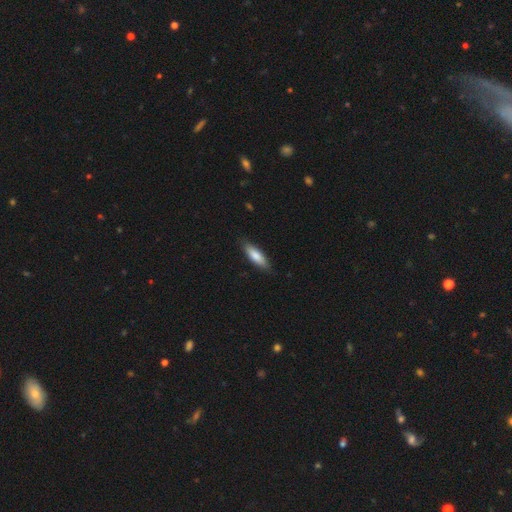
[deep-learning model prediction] This is likely a smooth galaxy (80%). How rounded: possibly cigar-shaped (54%). Merging: clearly none (86%).